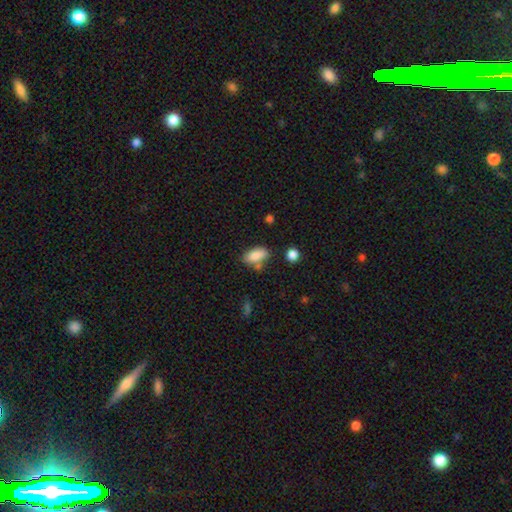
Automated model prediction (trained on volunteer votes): Morphology: type=smooth (84%); roundness=in between (87%); merging=none (65%).